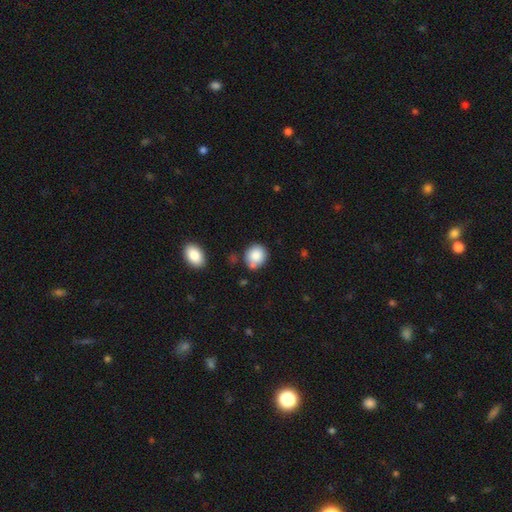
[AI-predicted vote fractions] smooth 85%, star or artifact 9%, featured or disk 7%. Down the decision tree: how rounded — round (77%); merging — none (65%).